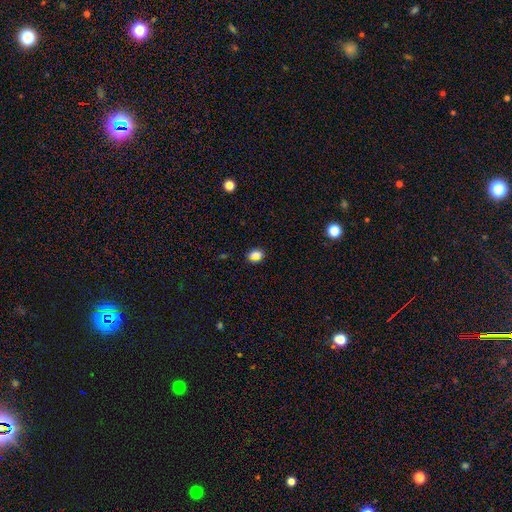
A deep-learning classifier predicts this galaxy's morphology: This is likely a smooth galaxy (66%). How rounded: possibly in between (49%). Merging: clearly none (86%).